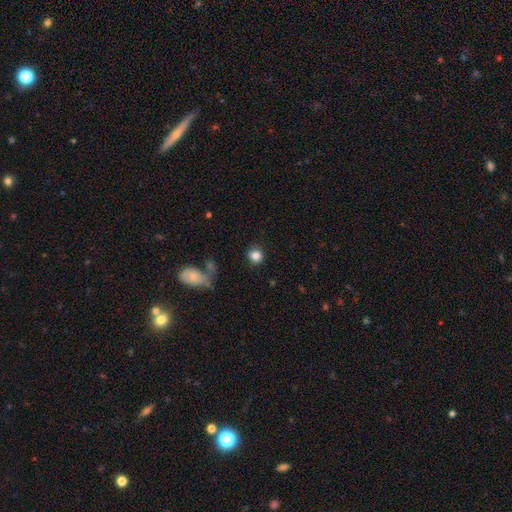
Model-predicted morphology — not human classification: This is clearly a smooth galaxy (83%). How rounded: clearly round (89%). Merging: clearly none (86%).